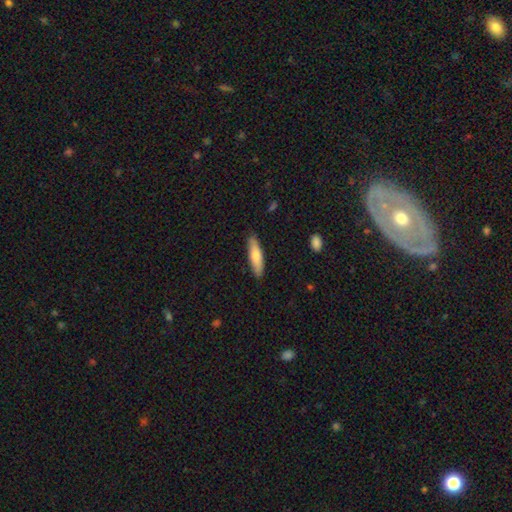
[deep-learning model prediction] A smooth galaxy with no disk features (70%) that is cigar-shaped (70%). Merging: none (86%).